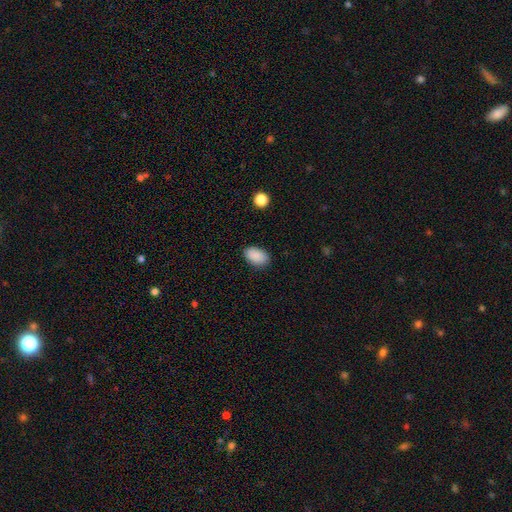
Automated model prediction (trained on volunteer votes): Smooth or featured? Predicted: smooth (p=0.89). How rounded? Predicted: in between (p=0.91). Merging? Predicted: none (p=0.86).